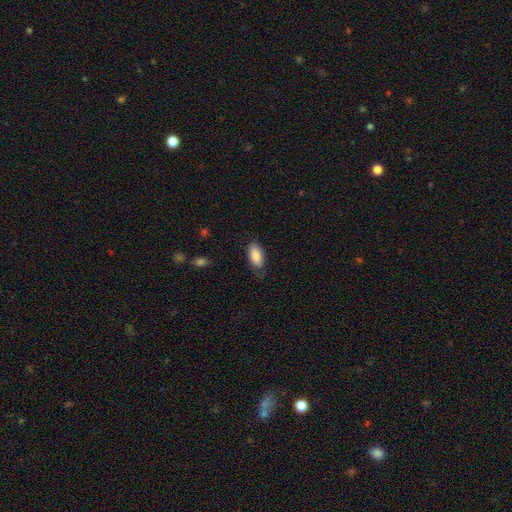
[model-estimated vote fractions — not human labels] smooth_or_featured: smooth (p=0.87) [alt: featured or disk p=0.06]
how_rounded: in between (p=0.93) [alt: cigar-shaped p=0.04]
merging: none (p=0.77) [alt: minor disturbance p=0.18]